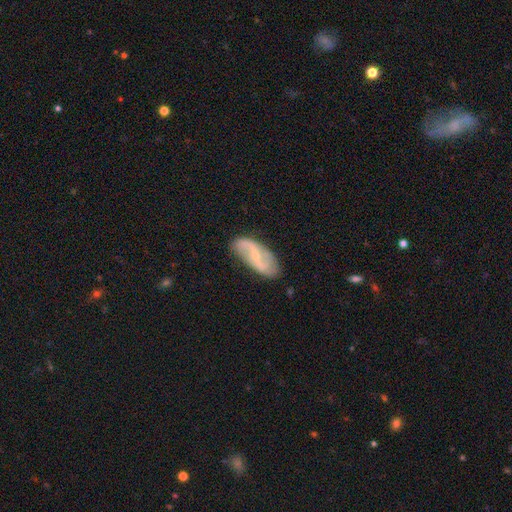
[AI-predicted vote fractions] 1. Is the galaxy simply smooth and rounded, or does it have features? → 75% featured or disk, 19% smooth, 6% star or artifact.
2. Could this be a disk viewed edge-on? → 92% no, 8% yes.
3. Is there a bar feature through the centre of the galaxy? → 44% weak, 30% strong, 26% no.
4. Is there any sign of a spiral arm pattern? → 88% yes, 12% no.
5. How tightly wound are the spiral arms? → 60% loose, 28% medium, 12% tight.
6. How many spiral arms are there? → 87% 2, 7% can't tell, 3% 1, 1% 3, 1% 4, 1% more than 4.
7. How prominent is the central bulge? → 70% small, 23% moderate, 5% none, 1% large, 1% dominant.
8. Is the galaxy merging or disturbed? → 77% none, 17% minor disturbance, 4% major disturbance, 2% merger.